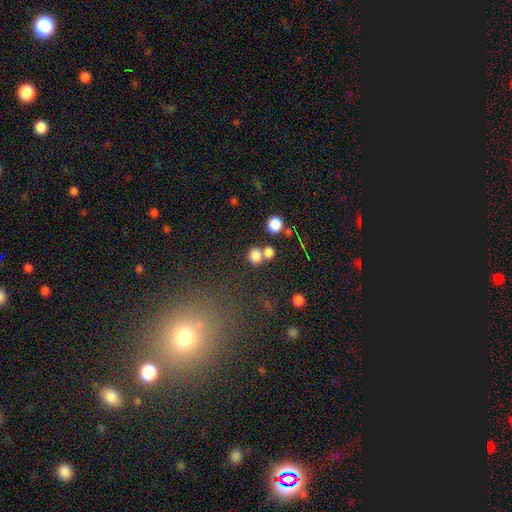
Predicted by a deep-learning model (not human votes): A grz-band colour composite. It shows a smooth galaxy with no disk features (79%) that is round (77%). Merging: none (53%).